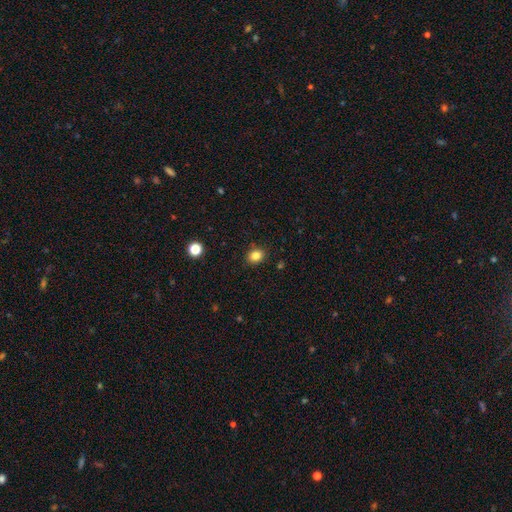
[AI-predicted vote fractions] Smooth or featured?
  - smooth: 84% *
  - star or artifact: 11%
  - featured or disk: 5%
How rounded?
  - in between: 51% *
  - round: 48%
  - cigar-shaped: 1%
Merging?
  - none: 88% *
  - minor disturbance: 8%
  - major disturbance: 2%
  - merger: 1%